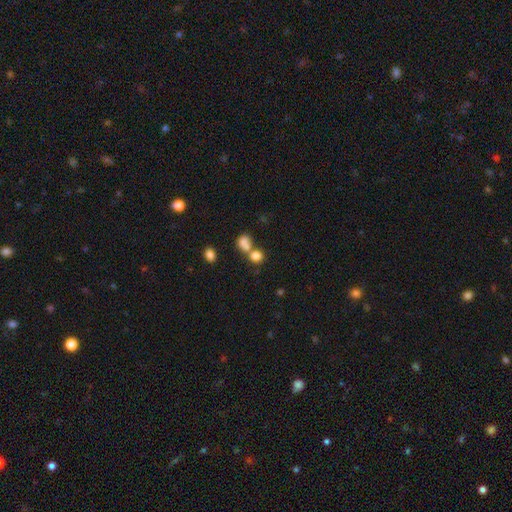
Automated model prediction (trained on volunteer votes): Smooth or featured?
  - smooth: 80% *
  - star or artifact: 12%
  - featured or disk: 8%
How rounded?
  - round: 71% *
  - in between: 28%
  - cigar-shaped: 1%
Merging?
  - merger: 49% *
  - none: 39%
  - minor disturbance: 7%
  - major disturbance: 4%